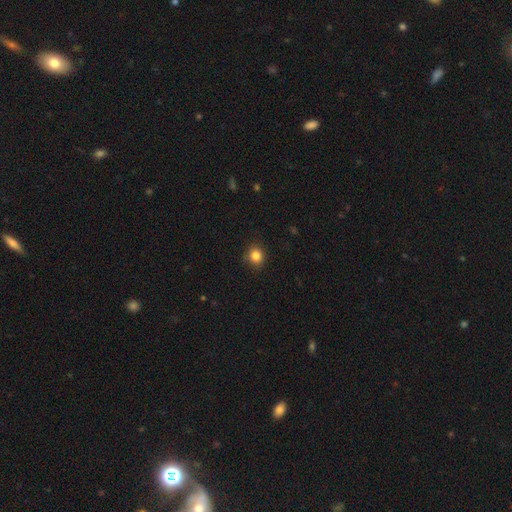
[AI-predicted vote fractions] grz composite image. It shows a smooth galaxy with no disk features (84%) that is round (84%). Merging: none (85%).